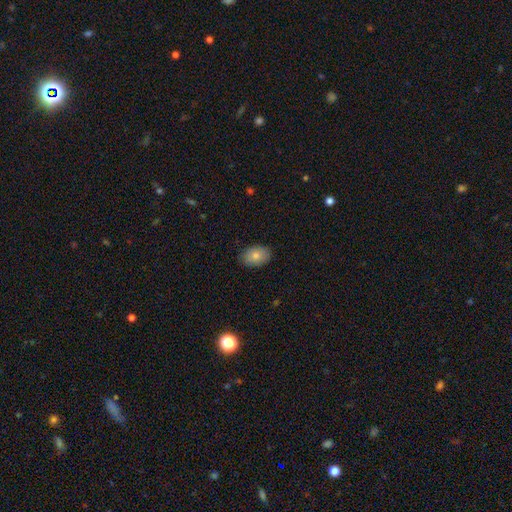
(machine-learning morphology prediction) smooth_or_featured: smooth (p=0.80) [alt: featured or disk p=0.12]
how_rounded: in between (p=0.85) [alt: round p=0.13]
merging: none (p=0.87) [alt: minor disturbance p=0.10]